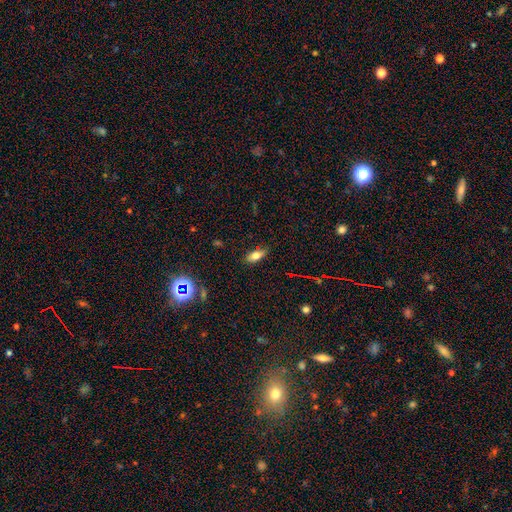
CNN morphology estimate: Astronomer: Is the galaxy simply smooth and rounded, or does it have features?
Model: smooth — 73%.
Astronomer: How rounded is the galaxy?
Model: in between — 79%.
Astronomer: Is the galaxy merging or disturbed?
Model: none — 81%.